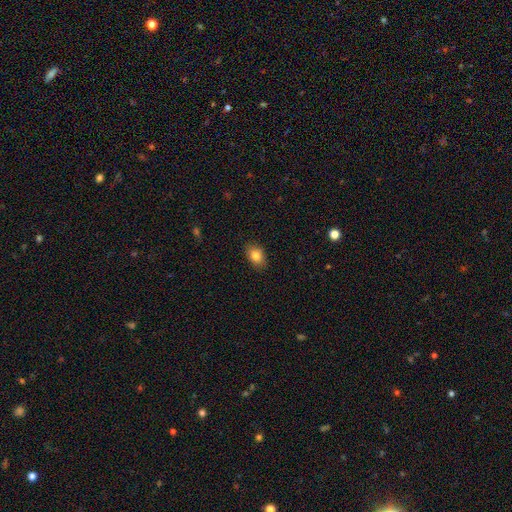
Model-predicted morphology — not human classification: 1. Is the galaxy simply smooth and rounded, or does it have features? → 82% smooth, 9% featured or disk, 9% star or artifact.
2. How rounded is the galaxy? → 81% in between, 18% round, 1% cigar-shaped.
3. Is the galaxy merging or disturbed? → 87% none, 10% minor disturbance, 2% major disturbance, 1% merger.